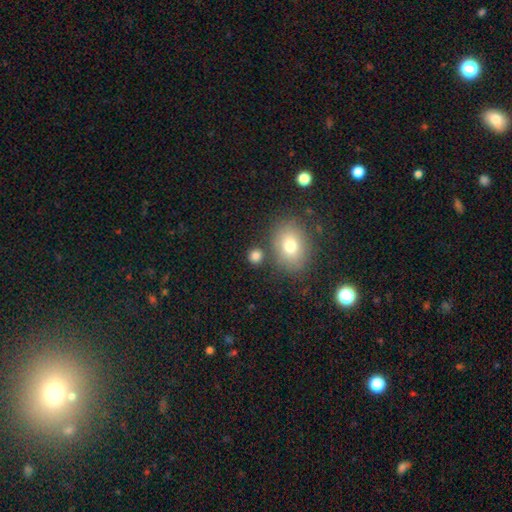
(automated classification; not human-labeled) Smooth or featured? Predicted: smooth (p=0.81). How rounded? Predicted: round (p=0.79). Merging? Predicted: none (p=0.77).